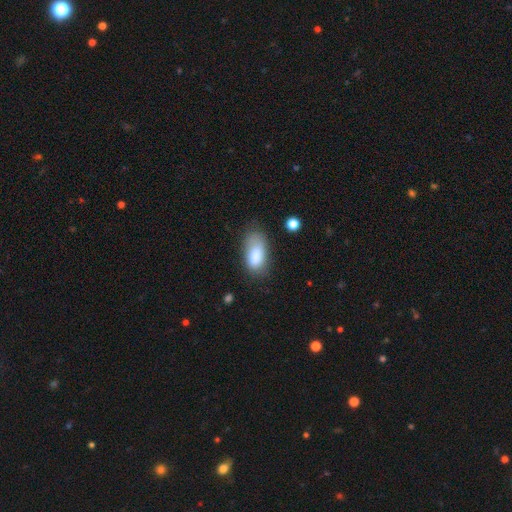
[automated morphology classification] Smooth or featured? Predicted: smooth (p=0.82). How rounded? Predicted: in between (p=0.92). Merging? Predicted: none (p=0.52).